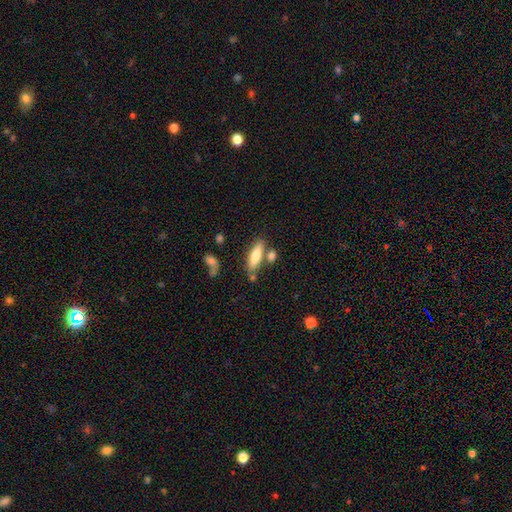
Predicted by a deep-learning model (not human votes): Morphology: type=smooth (71%); roundness=cigar-shaped (56%); merging=none (67%).